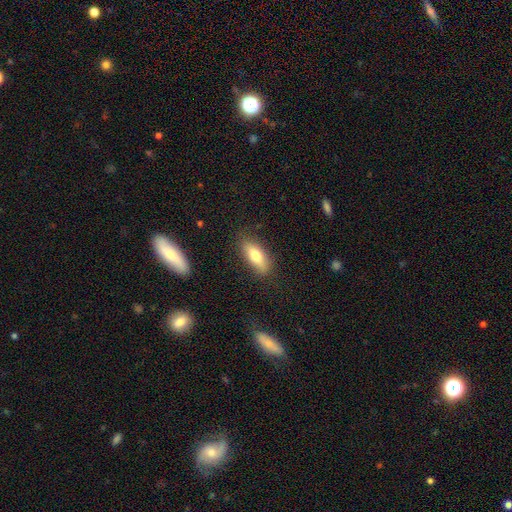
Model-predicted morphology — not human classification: A smooth galaxy with no disk features (74%) that is in between round and cigar-shaped (73%).

Vote fractions:
- Smooth or featured? smooth: 74% / featured or disk: 19% / star or artifact: 7%
- How rounded? in between: 73% / cigar-shaped: 24% / round: 3%
- Merging? none: 80% / minor disturbance: 15% / major disturbance: 4% / merger: 2%